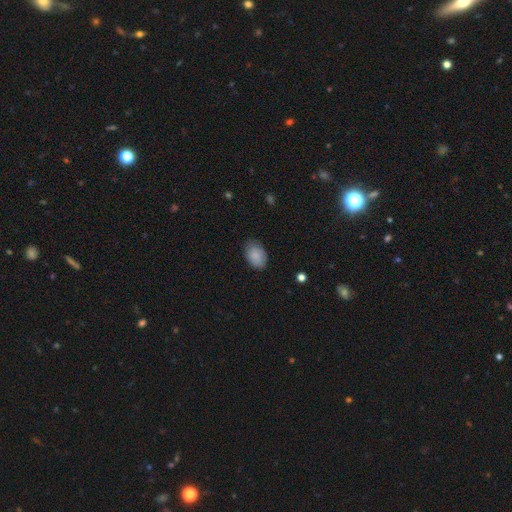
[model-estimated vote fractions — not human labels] Smooth or featured: smooth — 85% (featured or disk — 8%)
How rounded: in between — 86% (round — 13%)
Merging: none — 78% (minor disturbance — 17%)